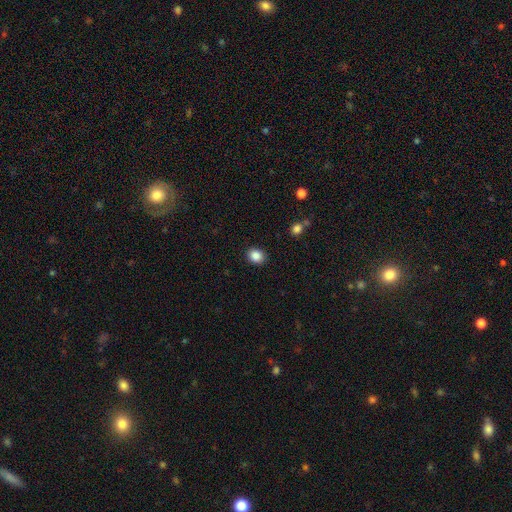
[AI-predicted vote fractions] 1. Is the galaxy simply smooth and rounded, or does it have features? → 86% smooth, 9% star or artifact, 4% featured or disk.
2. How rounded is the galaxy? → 58% round, 41% in between, 1% cigar-shaped.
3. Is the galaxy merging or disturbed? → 90% none, 6% minor disturbance, 2% major disturbance, 1% merger.